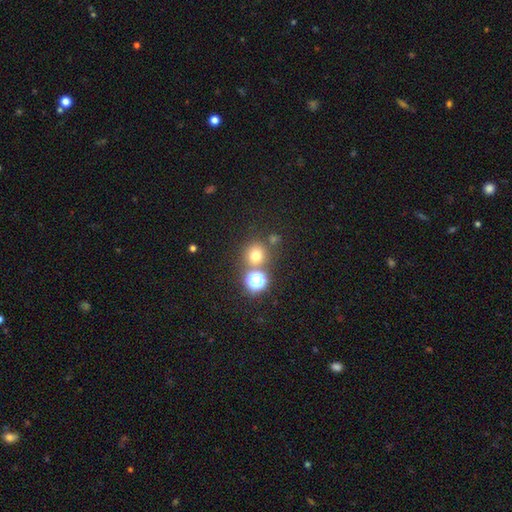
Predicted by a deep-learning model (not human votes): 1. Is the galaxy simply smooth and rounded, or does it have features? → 69% smooth, 23% star or artifact, 8% featured or disk.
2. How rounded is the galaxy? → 90% round, 9% in between, 1% cigar-shaped.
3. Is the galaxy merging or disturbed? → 72% none, 16% merger, 8% minor disturbance, 4% major disturbance.